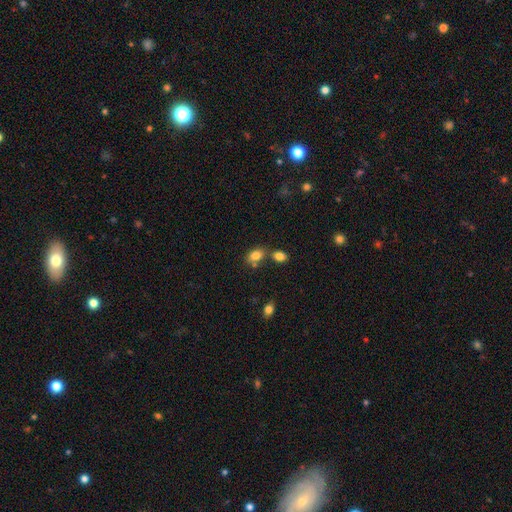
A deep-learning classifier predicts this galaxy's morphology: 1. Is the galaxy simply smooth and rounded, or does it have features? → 82% smooth, 10% star or artifact, 8% featured or disk.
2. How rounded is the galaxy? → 81% in between, 18% round, 2% cigar-shaped.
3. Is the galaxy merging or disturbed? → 56% none, 26% merger, 13% minor disturbance, 4% major disturbance.